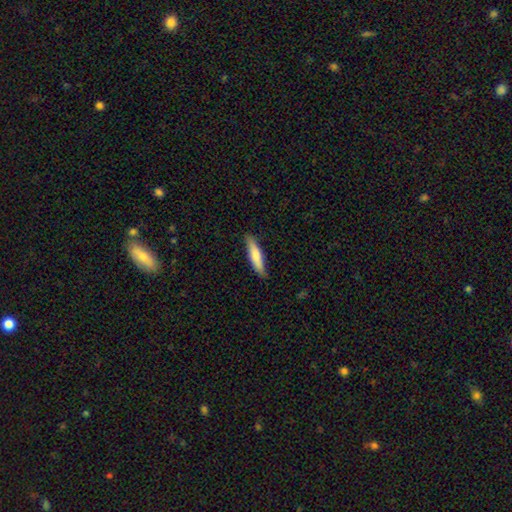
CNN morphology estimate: Smooth or featured: smooth — 77% (featured or disk — 18%)
How rounded: cigar-shaped — 81% (in between — 18%)
Merging: none — 85% (minor disturbance — 12%)